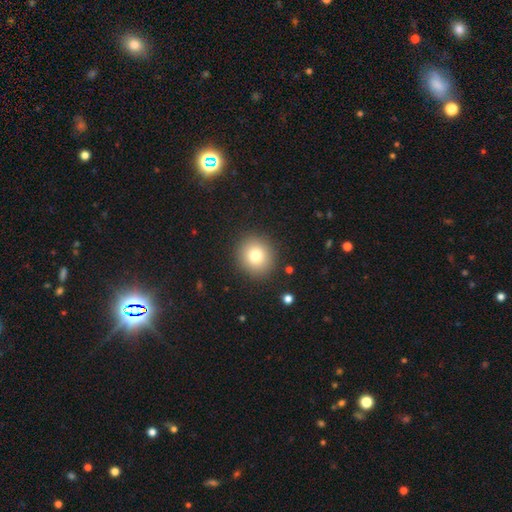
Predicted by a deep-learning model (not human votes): This is likely a smooth galaxy (79%). How rounded: clearly round (90%). Merging: clearly none (91%).